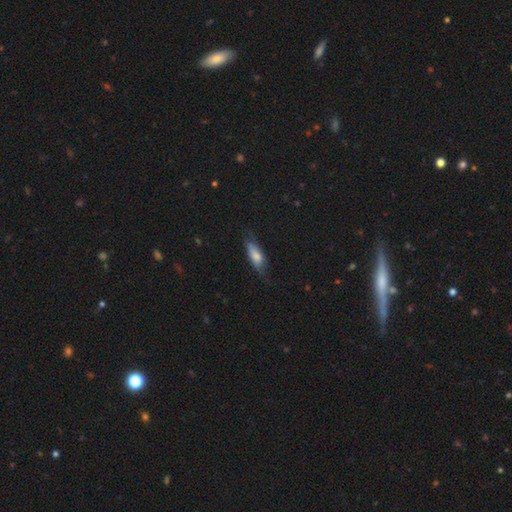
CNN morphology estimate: Q: Smooth or featured?
A: smooth (65%); runner-up: featured or disk (28%)
Q: How rounded?
A: in between (64%); runner-up: cigar-shaped (33%)
Q: Merging?
A: none (58%); runner-up: minor disturbance (29%)